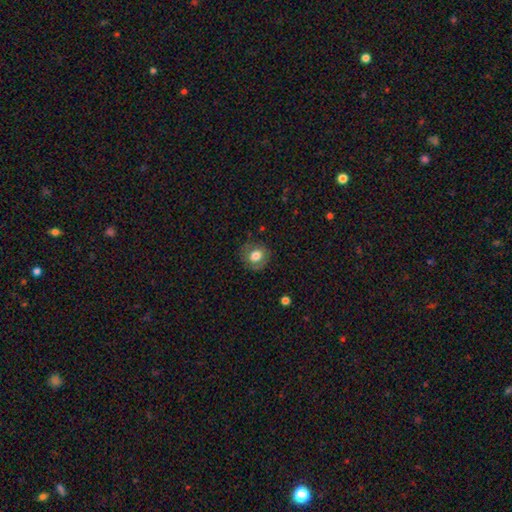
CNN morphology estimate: Smooth or featured?
  - smooth: 74% *
  - featured or disk: 17%
  - star or artifact: 9%
How rounded?
  - round: 74% *
  - in between: 25%
  - cigar-shaped: 1%
Merging?
  - none: 79% *
  - minor disturbance: 15%
  - major disturbance: 5%
  - merger: 1%